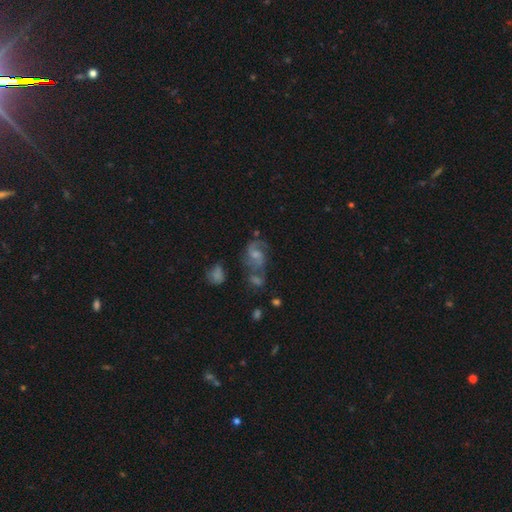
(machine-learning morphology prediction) smooth-or-featured: featured or disk: 73% | smooth: 17% | star or artifact: 11%
  disk-edge-on: no: 97% | yes: 3%
    bar: no: 47% | weak: 44% | strong: 9%
    has-spiral-arms: yes: 92% | no: 8%
      spiral-winding: medium: 53% | loose: 31% | tight: 16%
      spiral-arm-count: 2: 81% | can't tell: 8% | 3: 4% | 1: 3% | 4: 2% | more than 4: 2%
    bulge-size: moderate: 45% | small: 35% | none: 11% | large: 7% | dominant: 2%
  merging: none: 47% | merger: 21% | minor disturbance: 18% | major disturbance: 13%